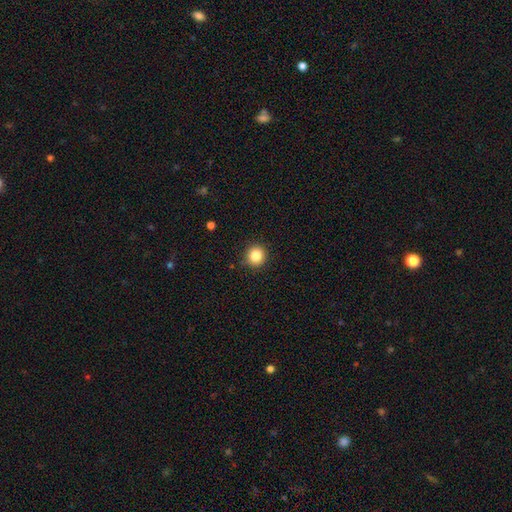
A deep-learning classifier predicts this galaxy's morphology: Q: Smooth or featured?
A: smooth (84%); runner-up: star or artifact (11%)
Q: How rounded?
A: round (92%); runner-up: in between (7%)
Q: Merging?
A: none (90%); runner-up: minor disturbance (7%)